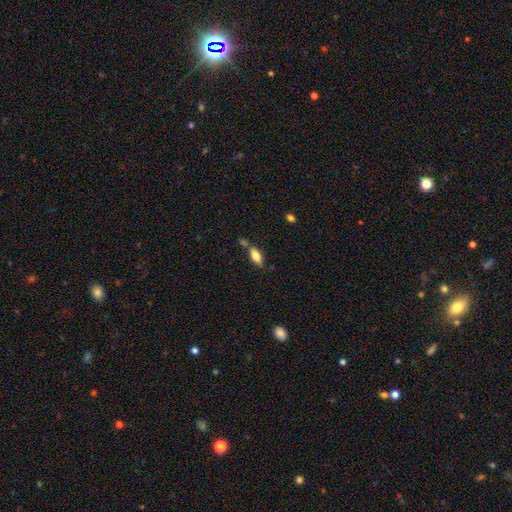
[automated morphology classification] Q: Smooth or featured?
A: smooth (77%); runner-up: featured or disk (15%)
Q: How rounded?
A: in between (85%); runner-up: cigar-shaped (12%)
Q: Merging?
A: none (66%); runner-up: minor disturbance (16%)